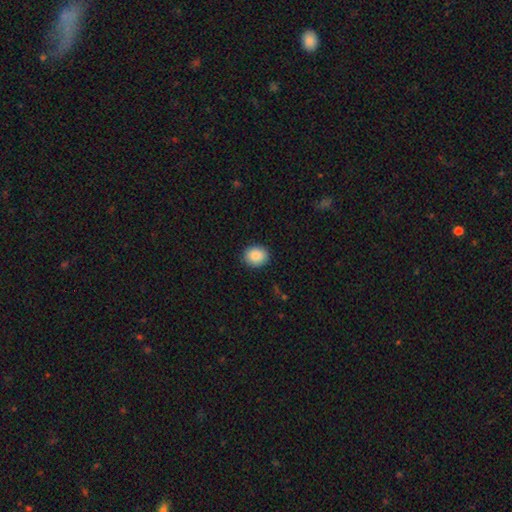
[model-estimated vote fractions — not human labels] A smooth galaxy with no disk features (88%) that is round (65%).

Vote fractions:
- Smooth or featured? smooth: 88% / star or artifact: 8% / featured or disk: 4%
- How rounded? round: 65% / in between: 34% / cigar-shaped: 1%
- Merging? none: 90% / minor disturbance: 7% / major disturbance: 2% / merger: 1%